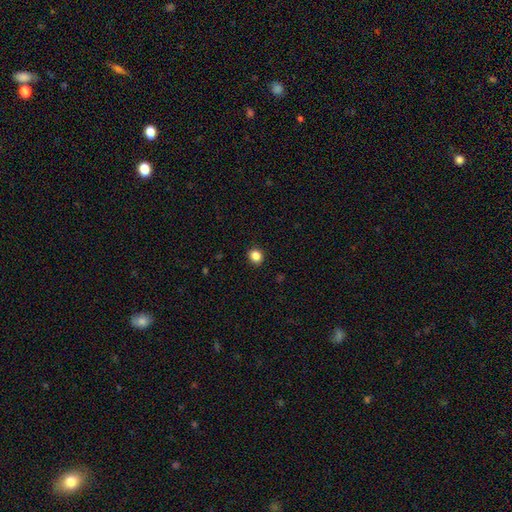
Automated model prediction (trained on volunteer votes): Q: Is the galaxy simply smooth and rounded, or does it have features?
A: smooth — 86%.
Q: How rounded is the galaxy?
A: round — 83%.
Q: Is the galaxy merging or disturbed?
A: none — 92%.